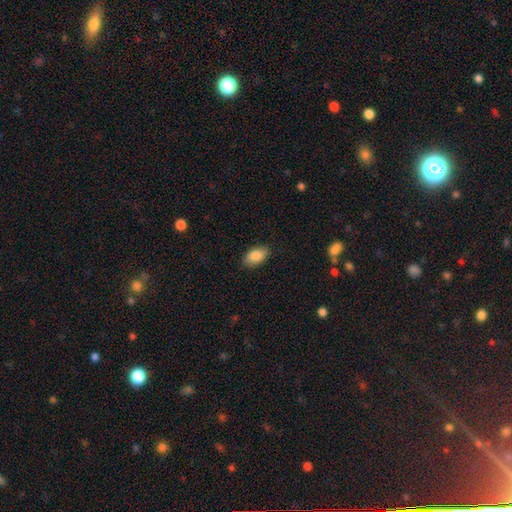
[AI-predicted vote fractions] Morphology: type=smooth (86%); roundness=in between (93%); merging=none (85%).